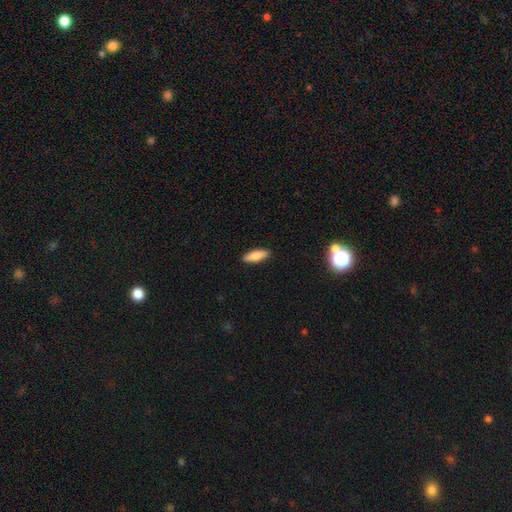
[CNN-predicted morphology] A smooth galaxy with no disk features (80%) that is in between round and cigar-shaped (57%). Merging: none (89%).